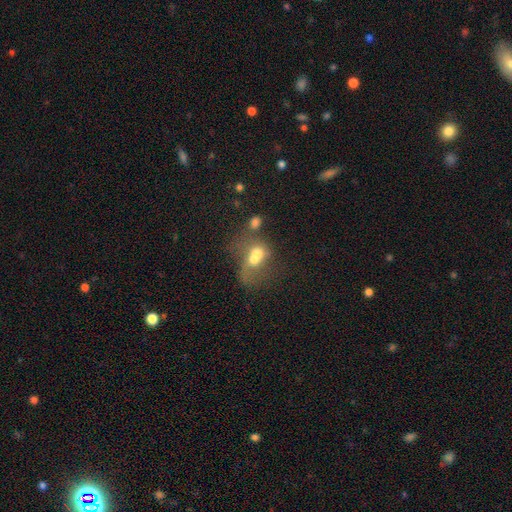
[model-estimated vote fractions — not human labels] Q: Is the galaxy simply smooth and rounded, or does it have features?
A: smooth — 57%.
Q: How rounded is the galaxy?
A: in between — 60%.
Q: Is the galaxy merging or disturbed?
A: merger — 67%.